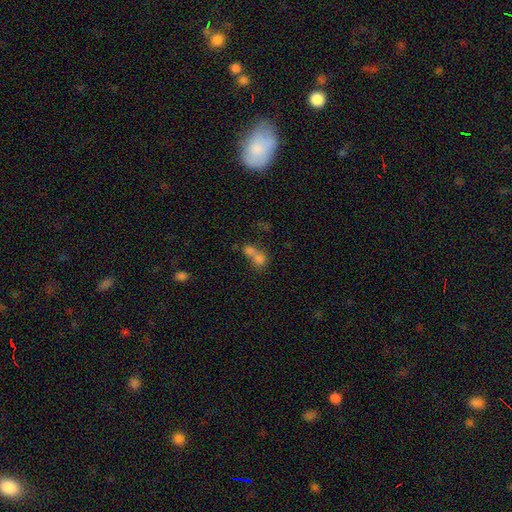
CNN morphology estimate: smooth_or_featured: smooth (p=0.71) [alt: featured or disk p=0.16]
how_rounded: round (p=0.57) [alt: in between p=0.40]
merging: merger (p=0.69) [alt: none p=0.21]